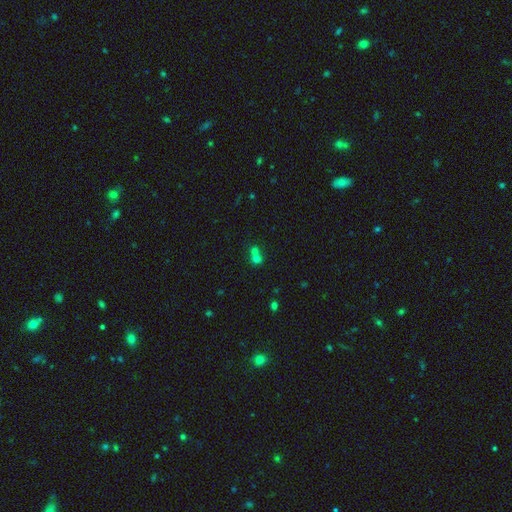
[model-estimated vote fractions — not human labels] Overall: smooth (62%; star or artifact 24%). How rounded: round (81%). Merging: merger (54%; none 38%).